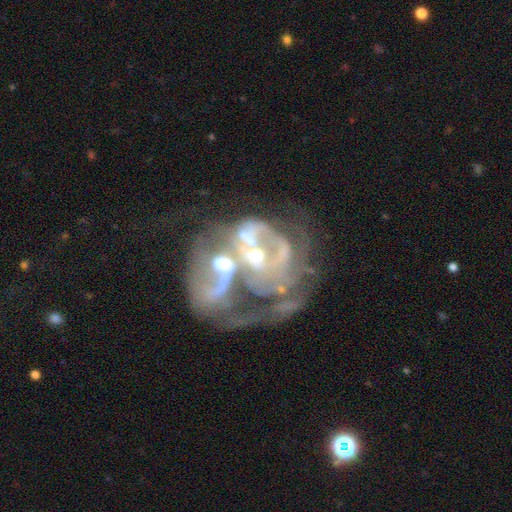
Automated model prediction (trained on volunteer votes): A featured or disk galaxy (77%) with no bar (69%), spiral arms (57%) and a moderate central bulge (49%). Merging: merger (75%).